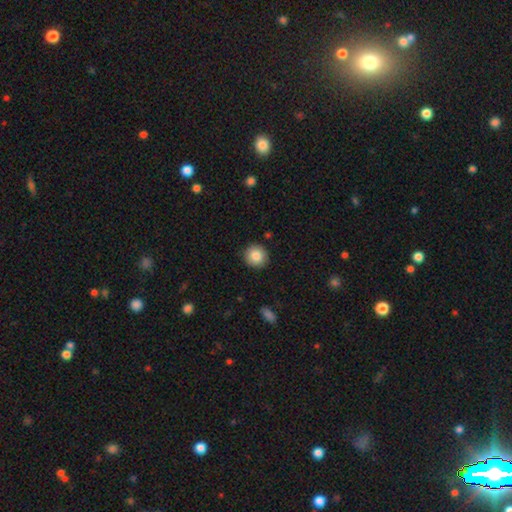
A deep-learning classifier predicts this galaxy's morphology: Overall: smooth (86%). How rounded: round (93%). Merging: none (91%).